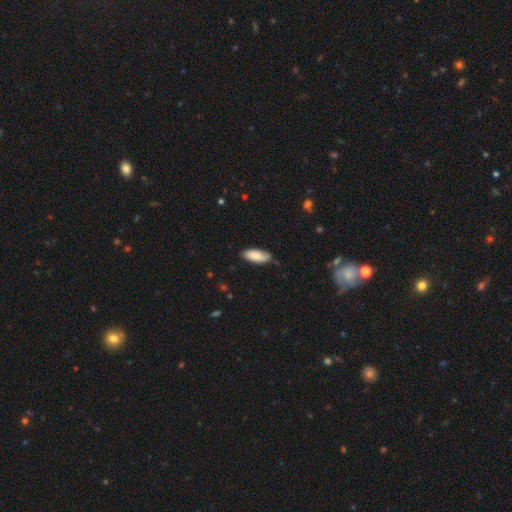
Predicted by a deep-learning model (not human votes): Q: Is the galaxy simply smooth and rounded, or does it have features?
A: smooth — 85%.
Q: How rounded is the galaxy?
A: in between — 82%.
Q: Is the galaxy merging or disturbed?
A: none — 79%.